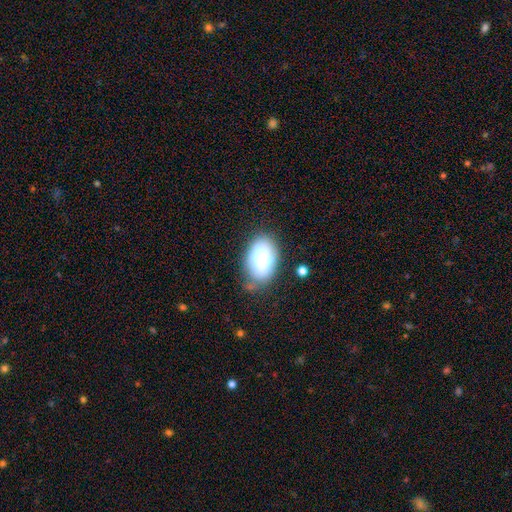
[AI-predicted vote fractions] Smooth or featured: smooth — 74% (featured or disk — 18%)
How rounded: in between — 90% (round — 9%)
Merging: none — 60% (minor disturbance — 26%)